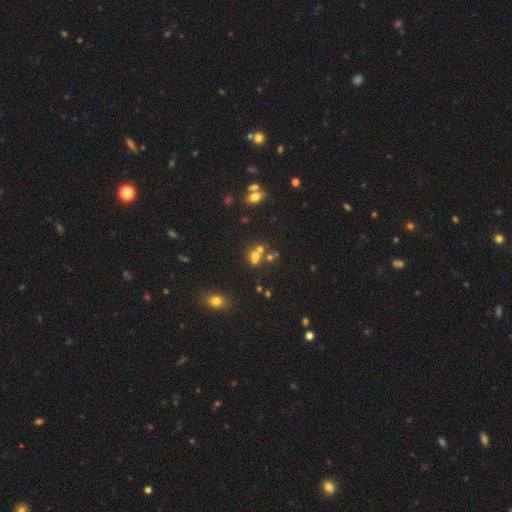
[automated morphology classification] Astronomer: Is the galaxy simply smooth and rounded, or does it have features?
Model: smooth — 55%.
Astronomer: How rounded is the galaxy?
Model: round — 64%.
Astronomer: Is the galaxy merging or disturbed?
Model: merger — 50% (runner-up: none, 35%).